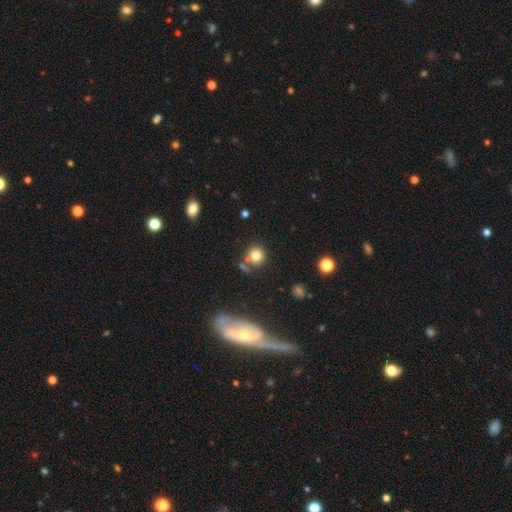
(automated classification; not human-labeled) A smooth galaxy with no disk features (78%) that is round (89%). Merging: none (70%).